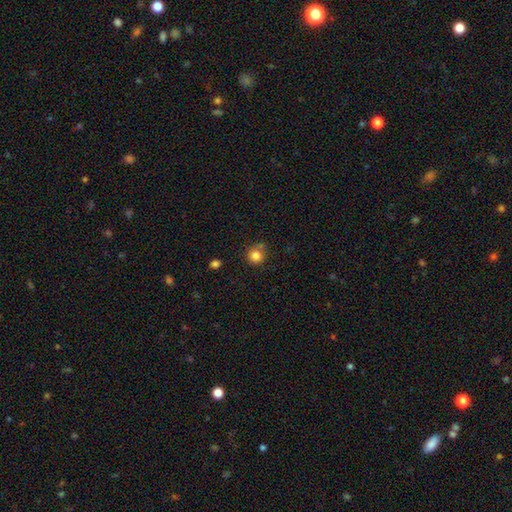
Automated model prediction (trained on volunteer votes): Smooth or featured? Predicted: smooth (p=0.83). How rounded? Predicted: round (p=0.91). Merging? Predicted: none (p=0.71).